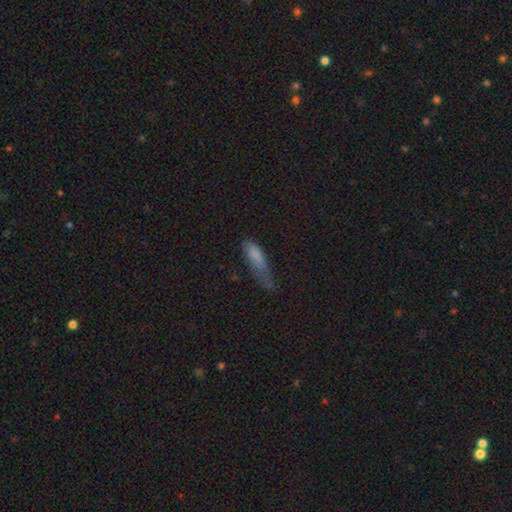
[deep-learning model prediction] smooth_or_featured: smooth (p=0.76) [alt: featured or disk p=0.14]
how_rounded: in between (p=0.49) [alt: cigar-shaped p=0.48]
merging: minor disturbance (p=0.40) [alt: major disturbance p=0.28]